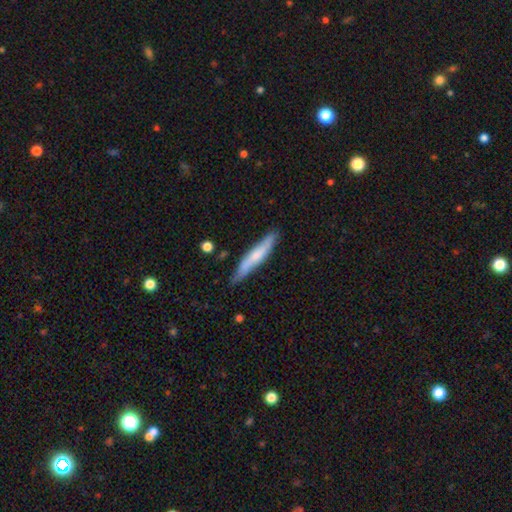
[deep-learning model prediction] smooth_or_featured: smooth (p=0.60) [alt: featured or disk p=0.35]
how_rounded: cigar-shaped (p=0.91) [alt: in between p=0.07]
merging: none (p=0.79) [alt: minor disturbance p=0.17]